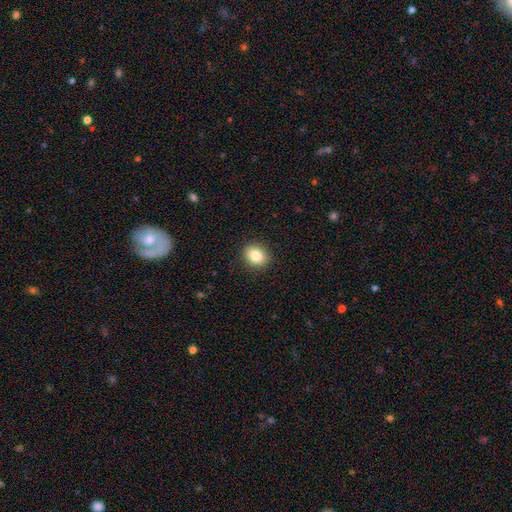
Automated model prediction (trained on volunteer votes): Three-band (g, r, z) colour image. It shows a smooth galaxy with no disk features (84%) that is round (53%). Merging: none (90%).